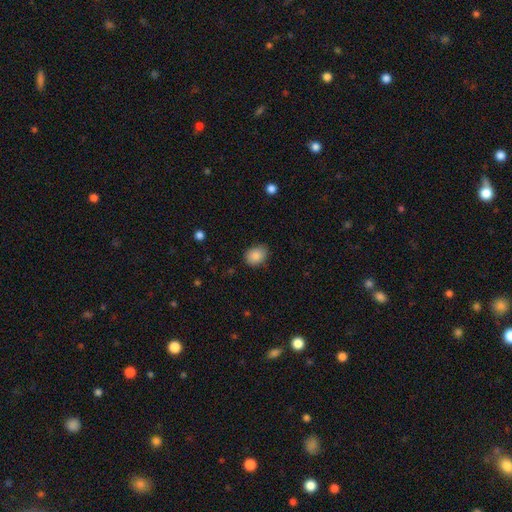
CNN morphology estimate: This is clearly a smooth galaxy (86%). How rounded: likely in between (62%). Merging: likely none (79%).